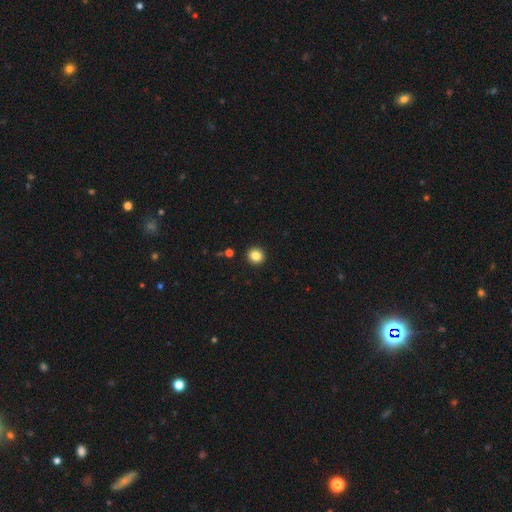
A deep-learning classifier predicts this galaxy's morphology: Q: Smooth or featured?
A: smooth (84%); runner-up: star or artifact (11%)
Q: How rounded?
A: round (90%); runner-up: in between (9%)
Q: Merging?
A: none (93%); runner-up: minor disturbance (4%)